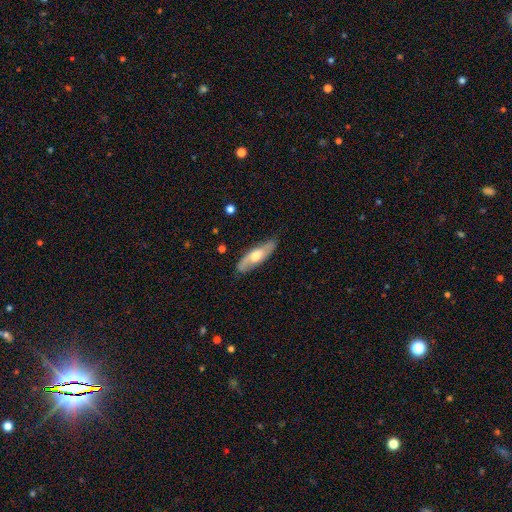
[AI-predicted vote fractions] A featured or disk galaxy (49%).

Vote fractions:
- Smooth or featured? featured or disk: 49% / smooth: 46% / star or artifact: 5%
- Merging? none: 81% / minor disturbance: 15% / major disturbance: 3% / merger: 1%